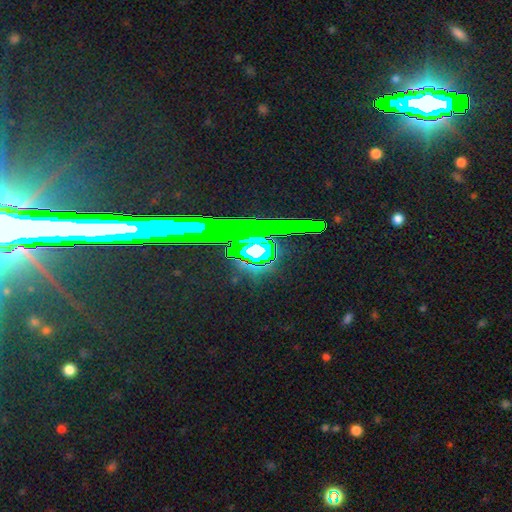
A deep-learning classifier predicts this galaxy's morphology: type=star or artifact (77%).